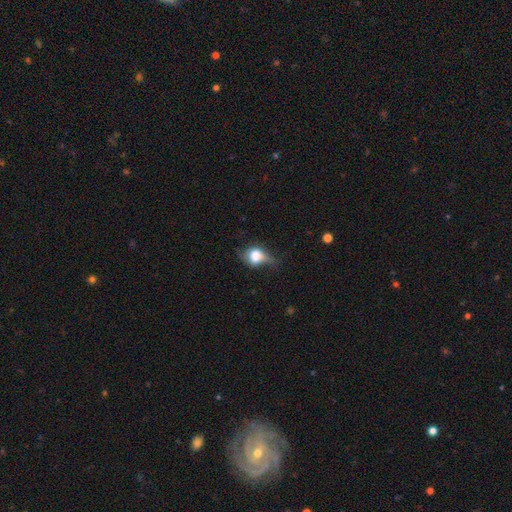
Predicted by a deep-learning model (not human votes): A smooth galaxy with no disk features (65%) that is round (51%). Merging: minor disturbance (34%).